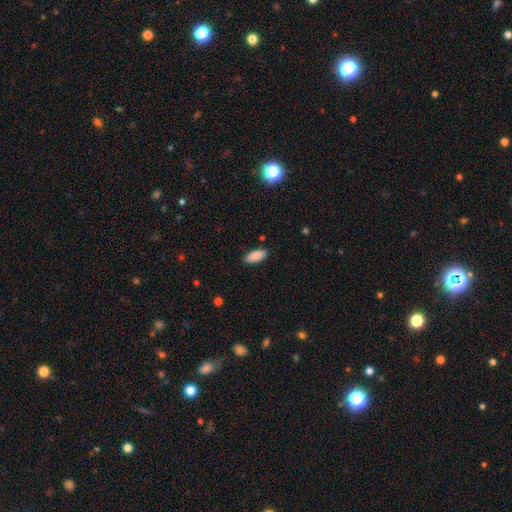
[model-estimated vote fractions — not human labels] smooth_or_featured: smooth (p=0.88) [alt: star or artifact p=0.07]
how_rounded: in between (p=0.87) [alt: cigar-shaped p=0.11]
merging: none (p=0.87) [alt: minor disturbance p=0.10]